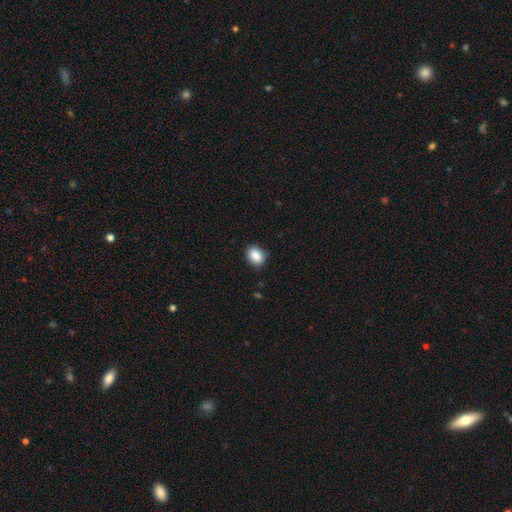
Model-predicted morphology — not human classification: Smooth or featured? smooth (88%)
How rounded? in between (60%)
Merging? none (84%)